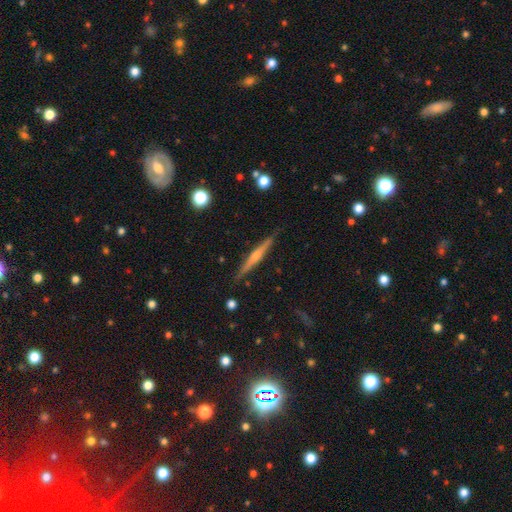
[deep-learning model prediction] featured or disk 66%, smooth 27%, star or artifact 6%. Down the decision tree: edge-on disk — yes (98%); edge-on bulge — rounded (68%); merging — none (89%).